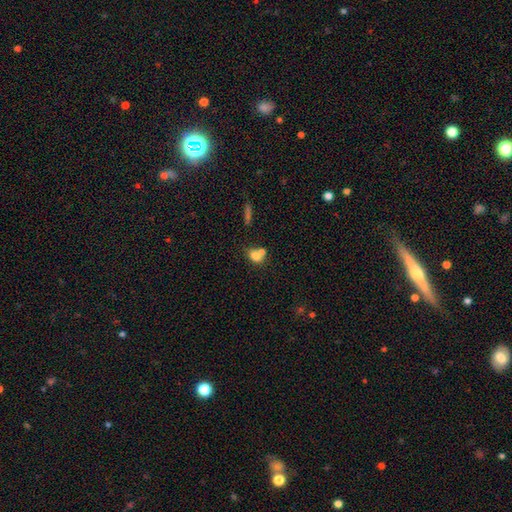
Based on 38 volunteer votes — smooth_or_featured: smooth (p=0.79) [alt: featured or disk p=0.16]
how_rounded: in between (p=0.70) [alt: round p=0.27]
merging: merger (p=0.56) [alt: none p=0.36]